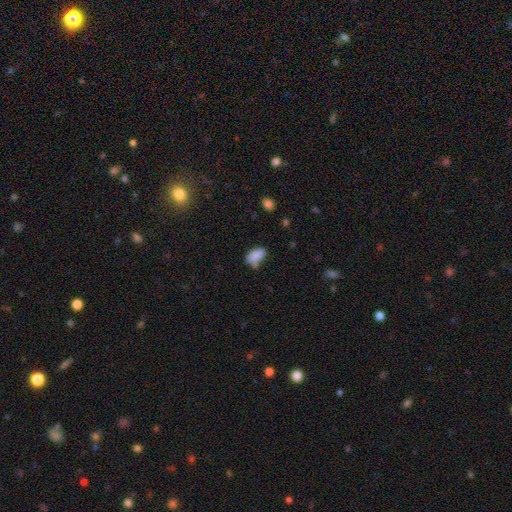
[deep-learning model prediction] This is clearly a smooth galaxy (85%). How rounded: clearly in between (92%). Merging: possibly none (54%).